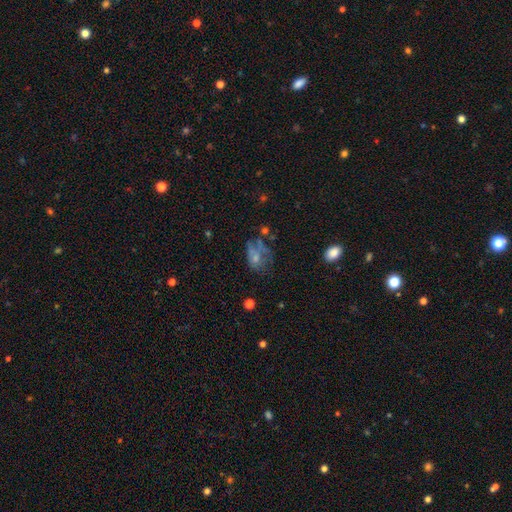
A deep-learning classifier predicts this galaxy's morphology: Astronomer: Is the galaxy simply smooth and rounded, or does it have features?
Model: smooth — 49% (runner-up: featured or disk, 36%).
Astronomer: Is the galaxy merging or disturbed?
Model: major disturbance — 38% (runner-up: none, 30%).